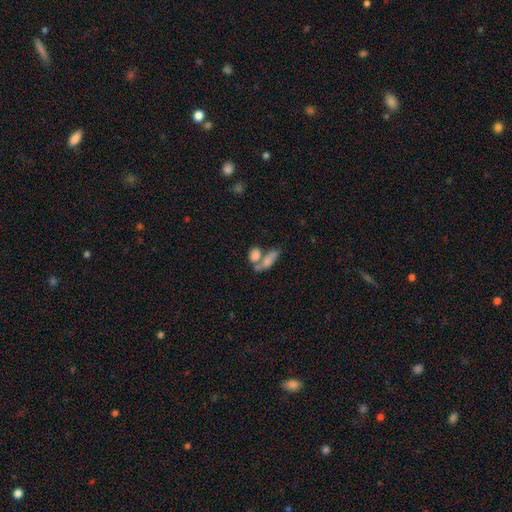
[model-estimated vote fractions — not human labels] smooth-or-featured: smooth: 76% | featured or disk: 15% | star or artifact: 9%
  how-rounded: in between: 77% | round: 13% | cigar-shaped: 10%
  merging: merger: 56% | none: 29% | minor disturbance: 9% | major disturbance: 7%